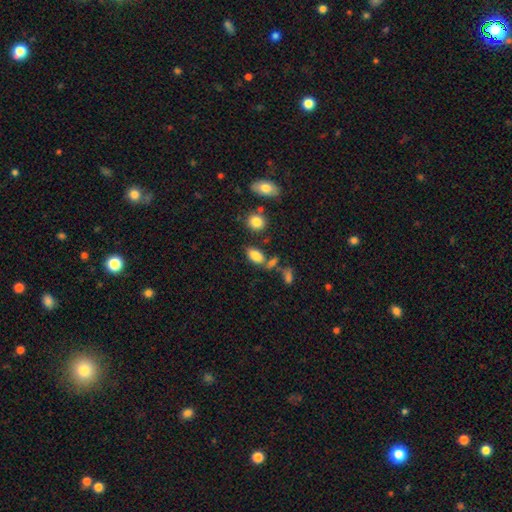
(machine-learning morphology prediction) This is clearly a smooth galaxy (82%). How rounded: clearly in between (88%). Merging: likely none (65%).